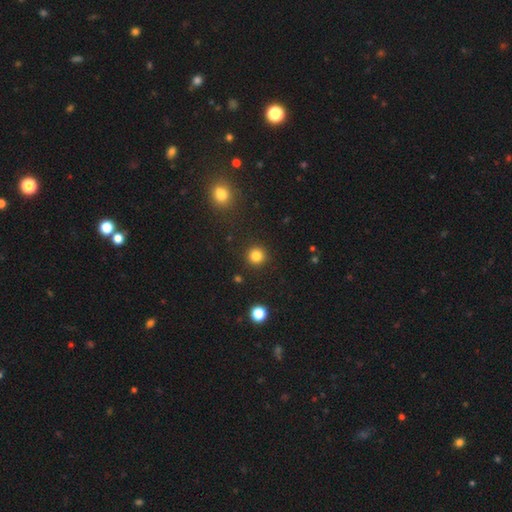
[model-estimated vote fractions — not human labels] The model was most divided on "smooth or featured": smooth: 83%, star or artifact: 12%, featured or disk: 5%. More confident: how rounded — round (95%); merging — none (92%).